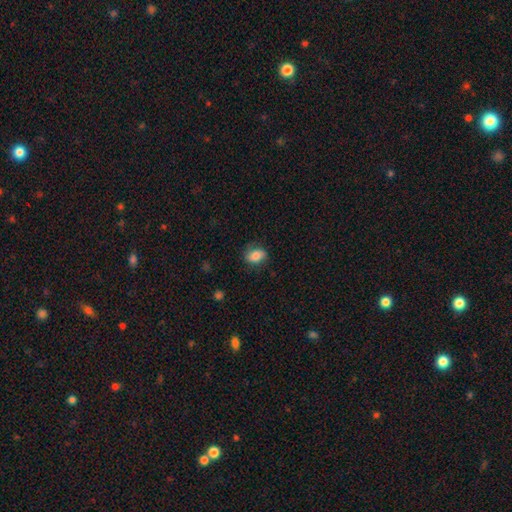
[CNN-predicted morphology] Smooth or featured: smooth — 81% (featured or disk — 11%)
How rounded: in between — 76% (round — 22%)
Merging: none — 76% (minor disturbance — 18%)